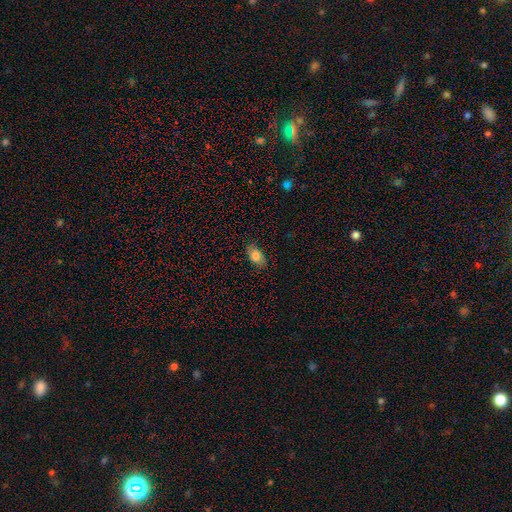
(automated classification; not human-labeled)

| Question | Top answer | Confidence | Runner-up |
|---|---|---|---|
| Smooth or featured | smooth | 79% | featured or disk (12%) |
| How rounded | in between | 89% | round (7%) |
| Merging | none | 82% | minor disturbance (14%) |